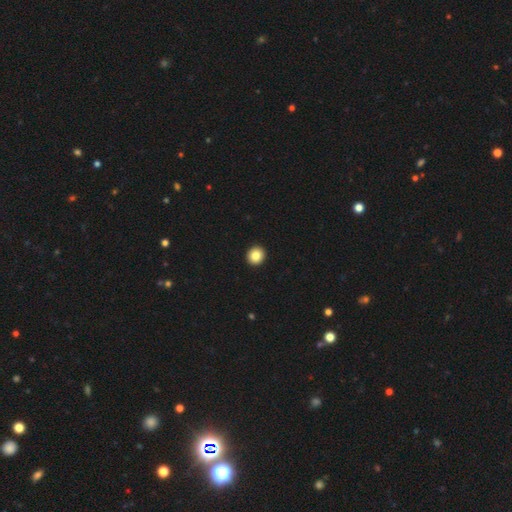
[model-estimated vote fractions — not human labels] Smooth or featured? smooth (87%)
How rounded? round (87%)
Merging? none (94%)